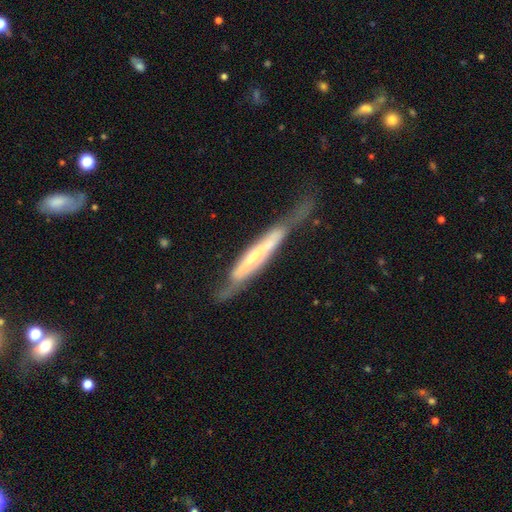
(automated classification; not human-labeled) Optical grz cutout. It shows a featured or disk galaxy (72%) viewed edge-on (72%) with a rounded central bulge (40%). Merging: none (49%).